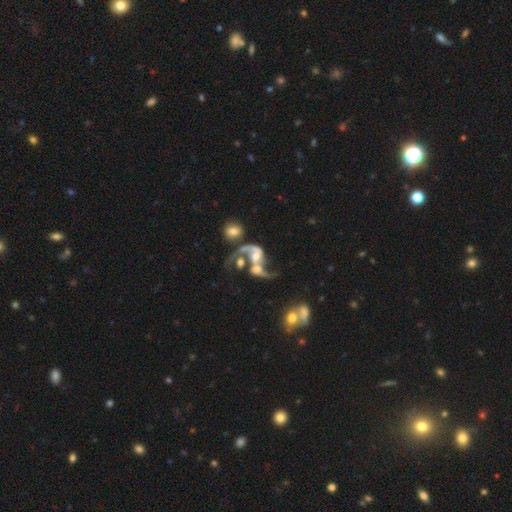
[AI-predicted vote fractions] smooth-or-featured: featured or disk: 81% | smooth: 10% | star or artifact: 9%
  disk-edge-on: no: 97% | yes: 3%
    bar: no: 50% | weak: 34% | strong: 16%
    has-spiral-arms: yes: 87% | no: 13%
      spiral-winding: loose: 79% | medium: 18% | tight: 4%
      spiral-arm-count: 2: 79% | 1: 13% | can't tell: 4% | 3: 1% | 4: 1% | more than 4: 1%
    bulge-size: moderate: 43% | small: 28% | none: 15% | large: 11% | dominant: 2%
  merging: merger: 56% | major disturbance: 18% | none: 18% | minor disturbance: 8%